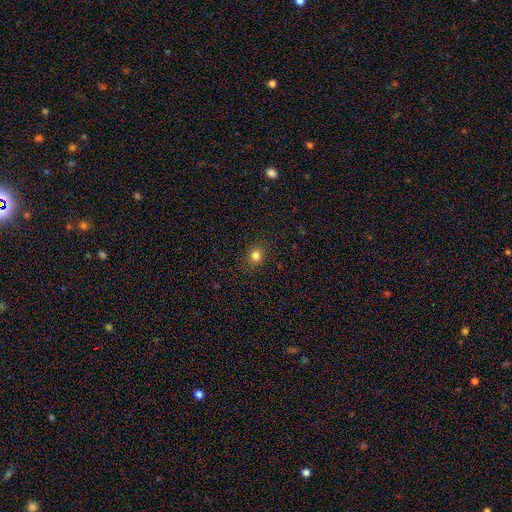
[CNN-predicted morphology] Smooth or featured? smooth (81%)
How rounded? round (79%)
Merging? none (88%)